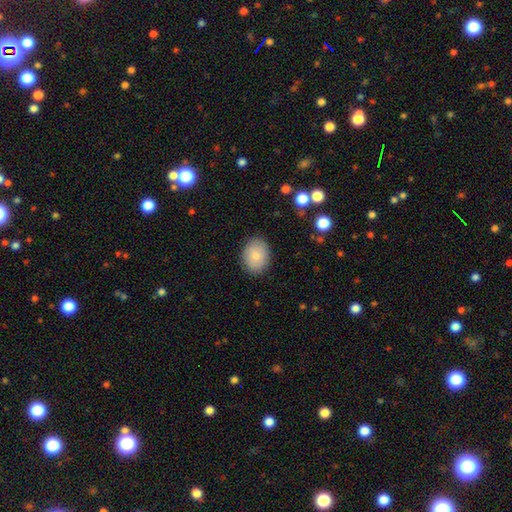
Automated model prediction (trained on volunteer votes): This is clearly a smooth galaxy (84%). How rounded: possibly in between (60%). Merging: clearly none (87%).